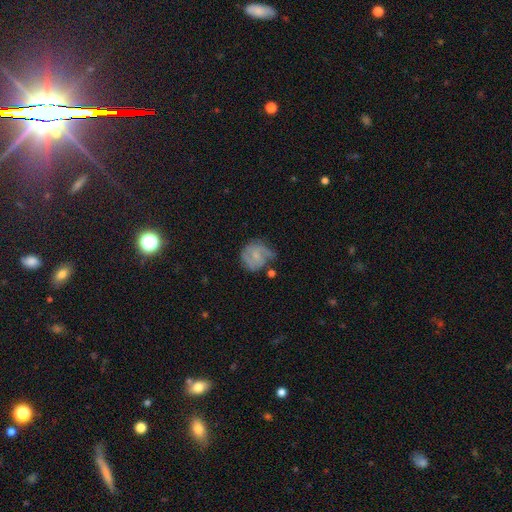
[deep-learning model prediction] smooth-or-featured: featured or disk: 62% | smooth: 31% | star or artifact: 7%
  disk-edge-on: no: 98% | yes: 2%
    bar: no: 60% | weak: 35% | strong: 5%
    has-spiral-arms: yes: 86% | no: 14%
      spiral-winding: tight: 42% | medium: 40% | loose: 17%
      spiral-arm-count: 2: 41% | can't tell: 24% | 3: 17% | 1: 11% | 4: 3% | more than 4: 3%
    bulge-size: small: 57% | moderate: 24% | none: 17% | large: 2% | dominant: 1%
  merging: none: 48% | minor disturbance: 29% | major disturbance: 17% | merger: 6%